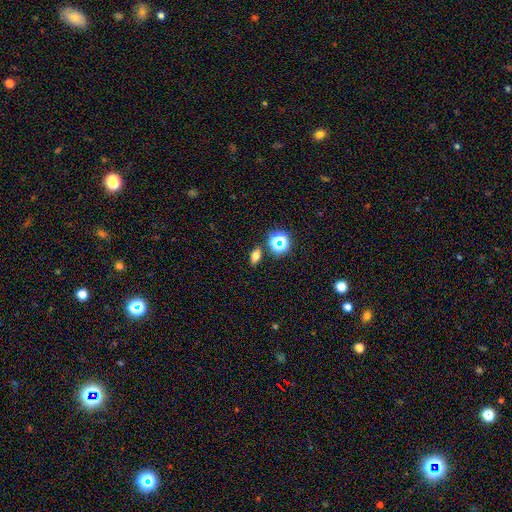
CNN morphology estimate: Smooth or featured? Predicted: smooth (p=0.63). How rounded? Predicted: in between (p=0.74). Merging? Predicted: none (p=0.83).